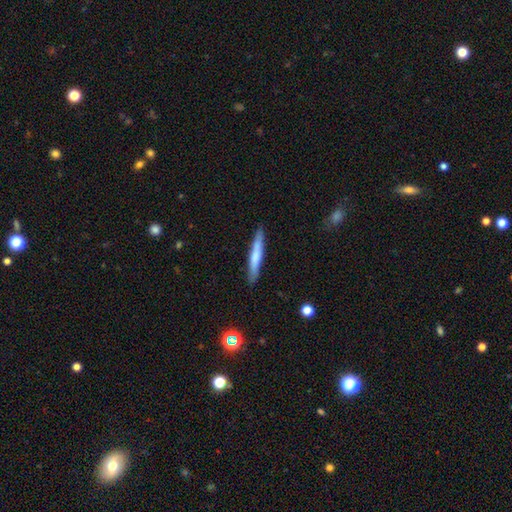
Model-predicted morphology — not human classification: This is likely a smooth galaxy (64%). How rounded: clearly cigar-shaped (94%). Merging: clearly none (88%).